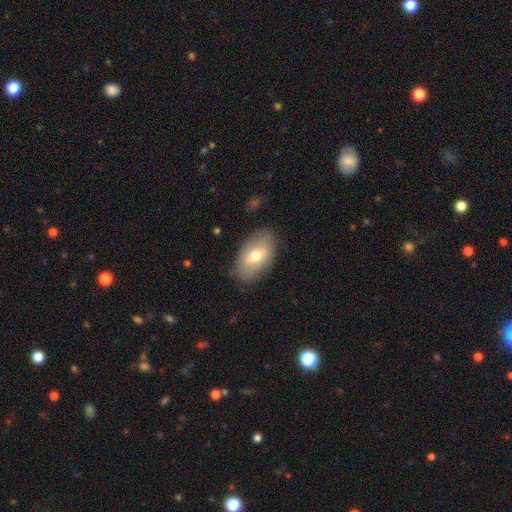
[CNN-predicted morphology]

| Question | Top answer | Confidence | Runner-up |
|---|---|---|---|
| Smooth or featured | smooth | 62% | featured or disk (31%) |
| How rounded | in between | 91% | round (7%) |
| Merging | none | 82% | minor disturbance (13%) |